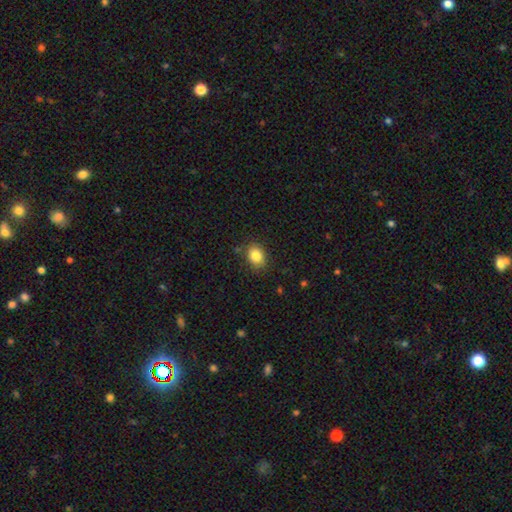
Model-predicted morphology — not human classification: The model was most divided on "how rounded": in between: 60%, round: 39%, cigar-shaped: 1%. More confident: smooth or featured — smooth (84%); merging — none (84%).